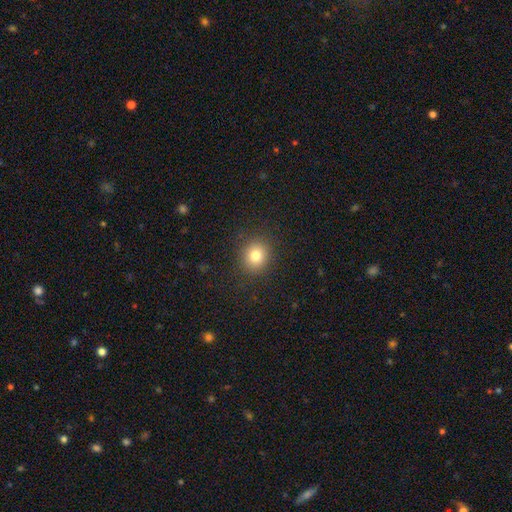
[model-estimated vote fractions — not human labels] smooth-or-featured: smooth: 80% | star or artifact: 12% | featured or disk: 8%
  how-rounded: round: 81% | in between: 18% | cigar-shaped: 1%
  merging: none: 89% | minor disturbance: 7% | major disturbance: 3% | merger: 1%